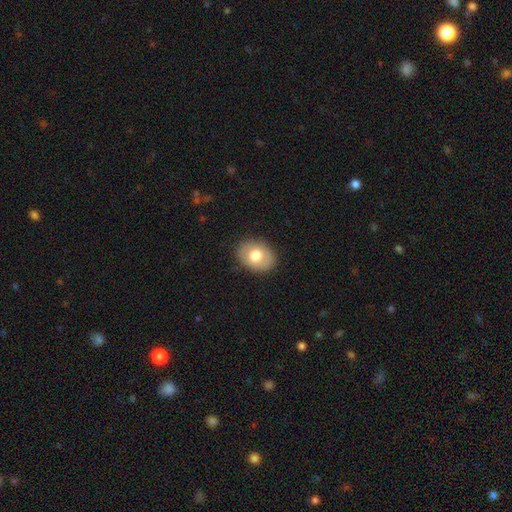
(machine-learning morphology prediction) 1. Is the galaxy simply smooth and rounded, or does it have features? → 72% smooth, 21% featured or disk, 7% star or artifact.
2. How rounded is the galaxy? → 67% in between, 32% round, 1% cigar-shaped.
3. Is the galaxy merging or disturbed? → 87% none, 10% minor disturbance, 3% major disturbance, 1% merger.